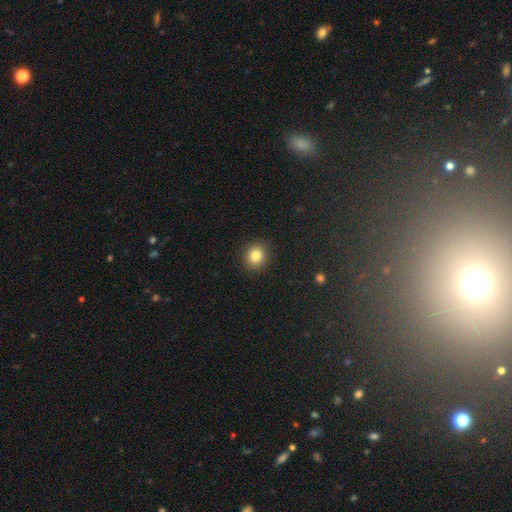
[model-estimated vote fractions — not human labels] This is clearly a smooth galaxy (83%). How rounded: clearly round (80%). Merging: clearly none (90%).